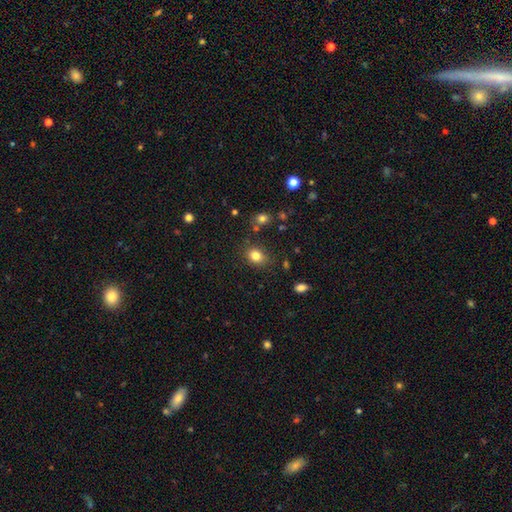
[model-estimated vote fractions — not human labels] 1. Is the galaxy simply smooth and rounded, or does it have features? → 82% smooth, 11% star or artifact, 7% featured or disk.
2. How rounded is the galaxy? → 53% in between, 46% round, 1% cigar-shaped.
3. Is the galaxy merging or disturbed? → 80% none, 13% minor disturbance, 4% major disturbance, 3% merger.